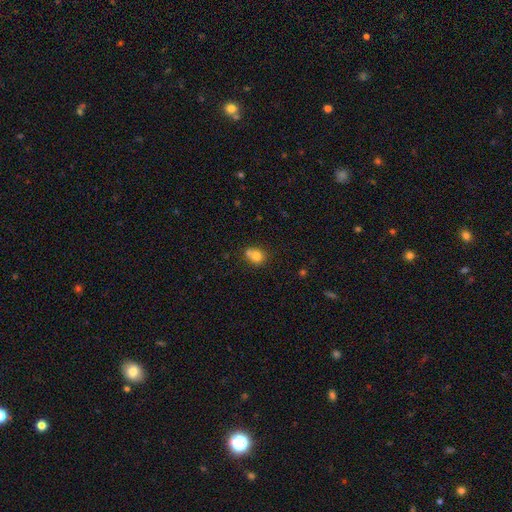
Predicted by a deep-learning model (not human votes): Smooth or featured?
  - smooth: 77% *
  - featured or disk: 12%
  - star or artifact: 11%
How rounded?
  - round: 70% *
  - in between: 29%
  - cigar-shaped: 1%
Merging?
  - none: 46% *
  - merger: 34%
  - minor disturbance: 15%
  - major disturbance: 5%